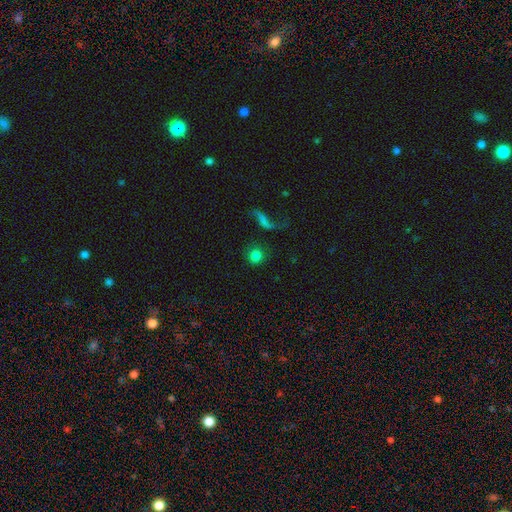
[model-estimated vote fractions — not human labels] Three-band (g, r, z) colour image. It shows a smooth galaxy with no disk features (76%) that is round (87%). Merging: none (74%).